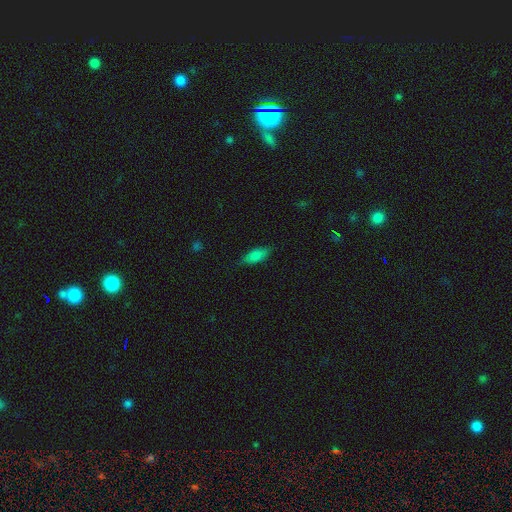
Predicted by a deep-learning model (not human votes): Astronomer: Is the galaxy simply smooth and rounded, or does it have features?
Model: smooth — 80%.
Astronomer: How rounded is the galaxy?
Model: in between — 76%.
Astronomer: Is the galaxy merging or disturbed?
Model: none — 78%.